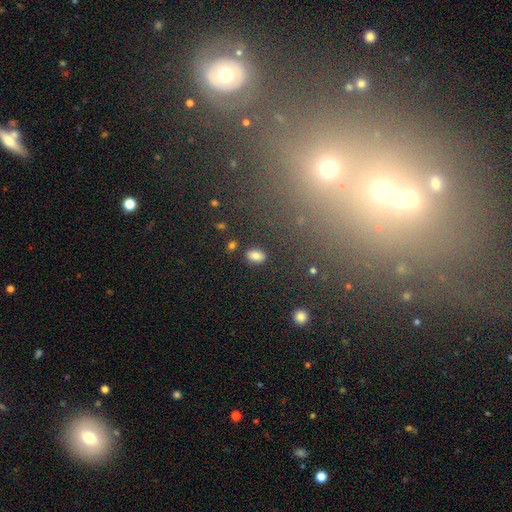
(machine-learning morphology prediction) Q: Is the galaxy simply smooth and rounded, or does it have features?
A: smooth — 84%.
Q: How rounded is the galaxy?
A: in between — 88%.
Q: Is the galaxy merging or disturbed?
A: none — 84%.